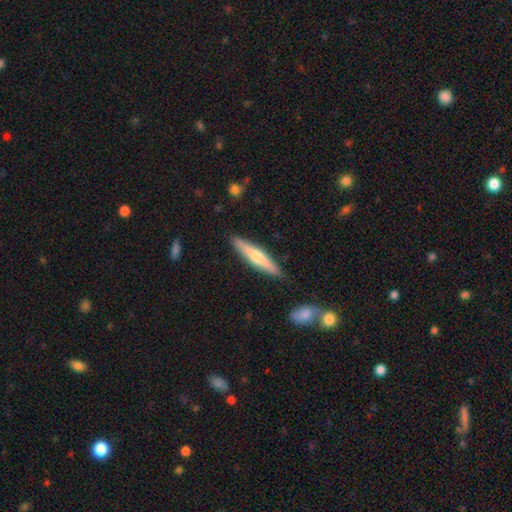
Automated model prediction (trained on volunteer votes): This appears to be a smooth galaxy with no disk features (52%) that is cigar-shaped (88%). Merging: none (89%).